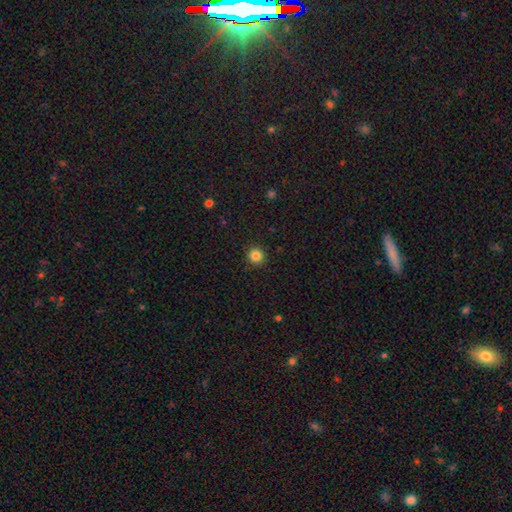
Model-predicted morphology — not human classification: Smooth or featured: smooth — 84% (star or artifact — 11%)
How rounded: round — 95% (in between — 4%)
Merging: none — 92% (minor disturbance — 5%)